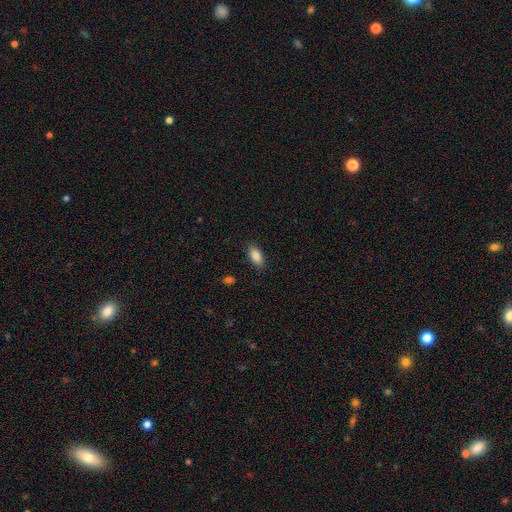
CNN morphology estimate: The model was most divided on "merging": none: 87%, minor disturbance: 9%, major disturbance: 2%, merger: 1%. More confident: smooth or featured — smooth (88%); how rounded — in between (87%).